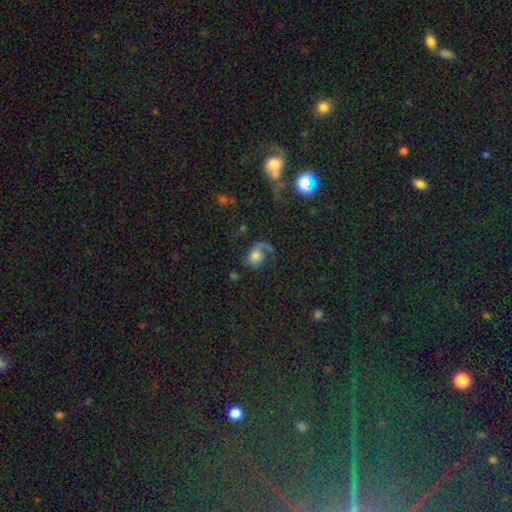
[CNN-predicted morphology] Q: Smooth or featured?
A: featured or disk (52%); runner-up: smooth (35%)
Q: Edge-on disk?
A: no (97%); runner-up: yes (3%)
Q: Bar?
A: no (77%); runner-up: weak (19%)
Q: Spiral arms?
A: yes (84%); runner-up: no (16%)
Q: Bulge size?
A: moderate (52%); runner-up: large (21%)
Q: Merging?
A: none (42%); runner-up: major disturbance (35%)